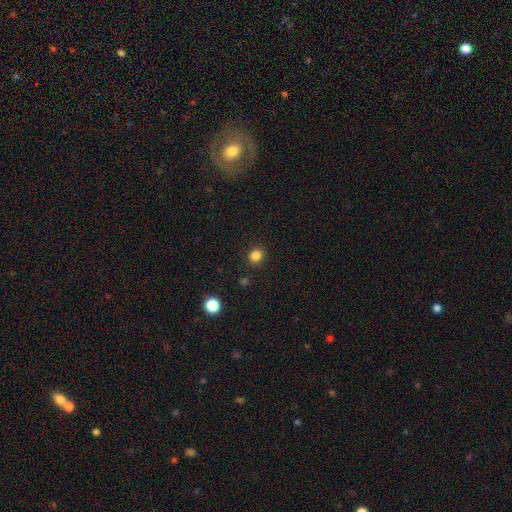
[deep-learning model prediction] This is clearly a smooth galaxy (83%). How rounded: clearly round (83%). Merging: clearly none (90%).